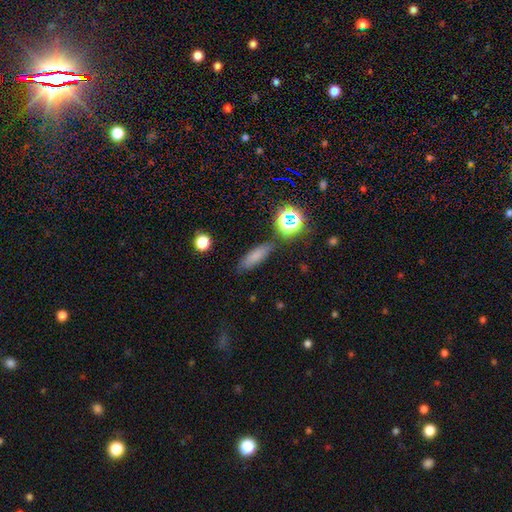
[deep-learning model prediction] Smooth or featured: smooth — 73% (star or artifact — 15%)
How rounded: cigar-shaped — 48% (in between — 46%)
Merging: none — 80% (minor disturbance — 13%)